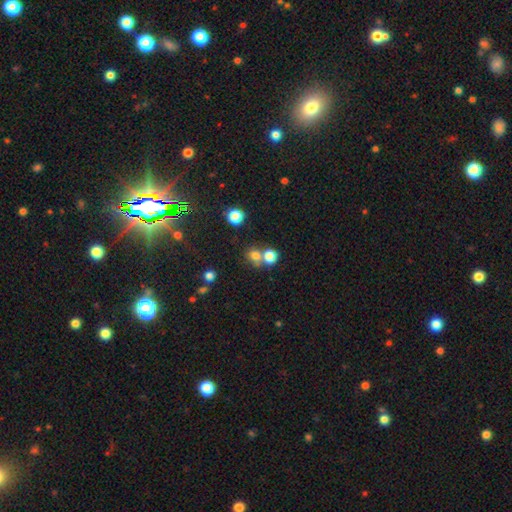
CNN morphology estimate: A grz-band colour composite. It shows a smooth galaxy with no disk features (74%) that is round (80%). Merging: none (52%).